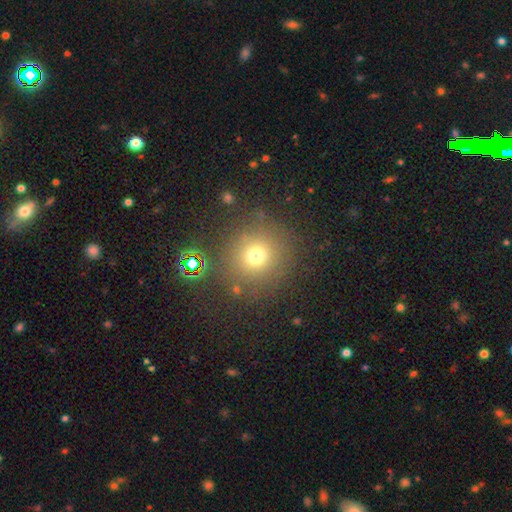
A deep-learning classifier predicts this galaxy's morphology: A smooth galaxy with no disk features (70%) that is round (90%). Merging: none (83%).